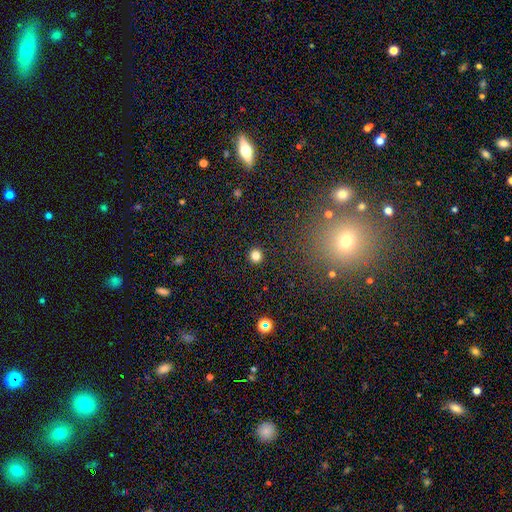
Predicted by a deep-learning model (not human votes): smooth_or_featured: smooth (p=0.81) [alt: star or artifact p=0.14]
how_rounded: round (p=0.93) [alt: in between p=0.06]
merging: none (p=0.93) [alt: minor disturbance p=0.04]